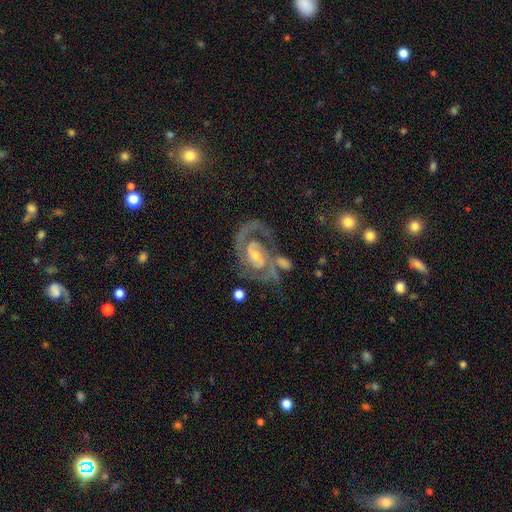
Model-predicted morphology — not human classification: Smooth or featured? Predicted: featured or disk (p=0.89). Edge-on disk? Predicted: no (p=0.97). Bar? Predicted: no (p=0.49). Spiral arms? Predicted: yes (p=0.96). Spiral winding? Predicted: tight (p=0.46). Spiral arm count? Predicted: 2 (p=0.73). Bulge size? Predicted: small (p=0.53). Merging? Predicted: none (p=0.54).